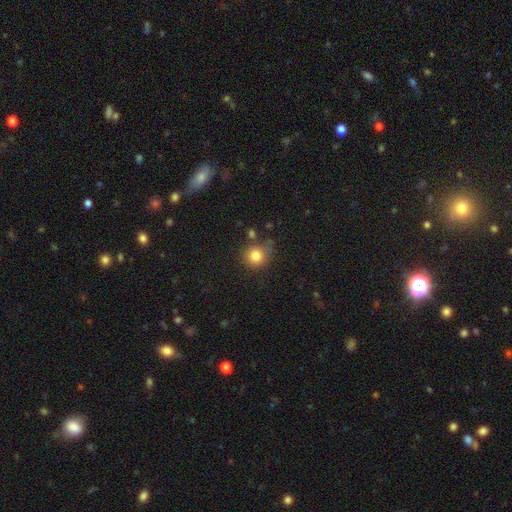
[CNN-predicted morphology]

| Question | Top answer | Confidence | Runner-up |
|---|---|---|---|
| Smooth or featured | smooth | 83% | star or artifact (11%) |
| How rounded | round | 88% | in between (11%) |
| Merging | none | 70% | minor disturbance (18%) |